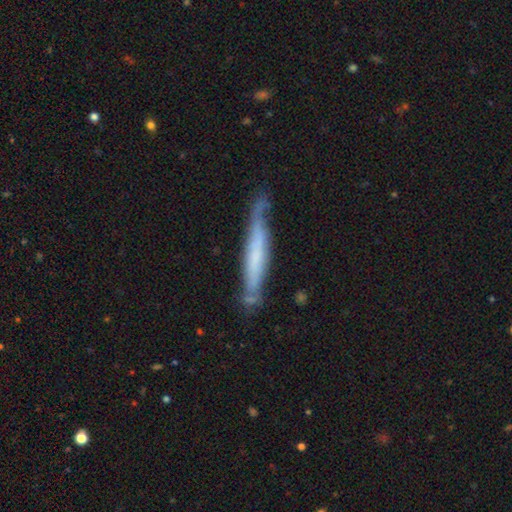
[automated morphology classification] This appears to be a featured or disk galaxy (54%) viewed edge-on (79%). Merging: none (64%).